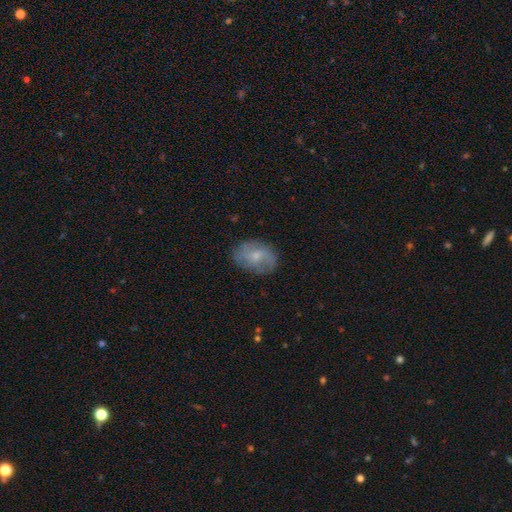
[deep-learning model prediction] This is possibly a smooth galaxy (51%). How rounded: likely in between (72%). Merging: likely none (73%).